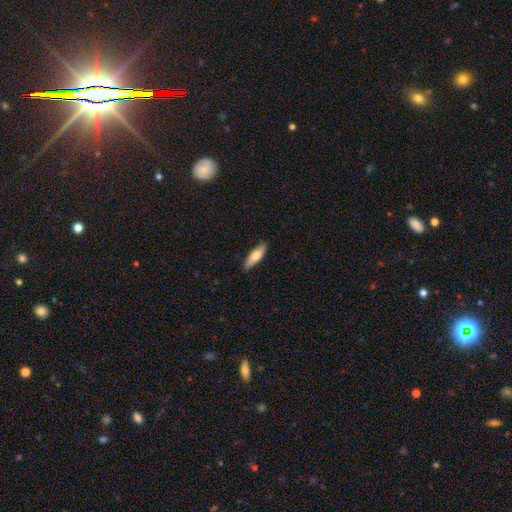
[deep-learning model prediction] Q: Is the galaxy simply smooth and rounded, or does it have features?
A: smooth — 72%.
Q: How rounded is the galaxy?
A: cigar-shaped — 51%.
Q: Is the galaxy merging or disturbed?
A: none — 87%.